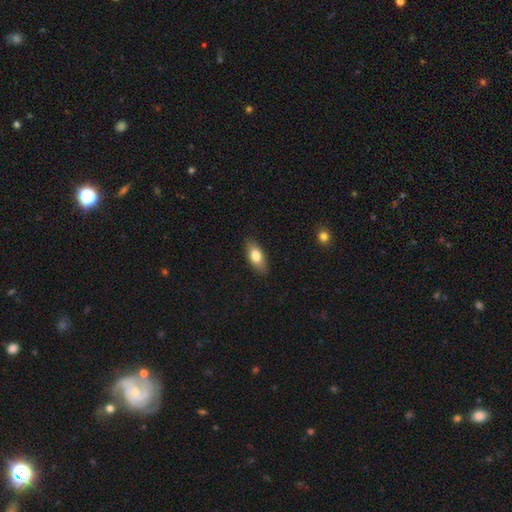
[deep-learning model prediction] A smooth galaxy with no disk features (79%) that is in between round and cigar-shaped (86%). Merging: none (87%).